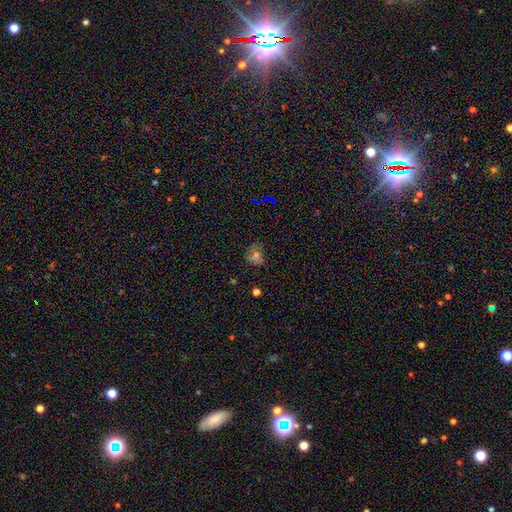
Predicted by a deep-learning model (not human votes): smooth 49%, star or artifact 33%, featured or disk 17%. Down the decision tree: merging — none (58%).